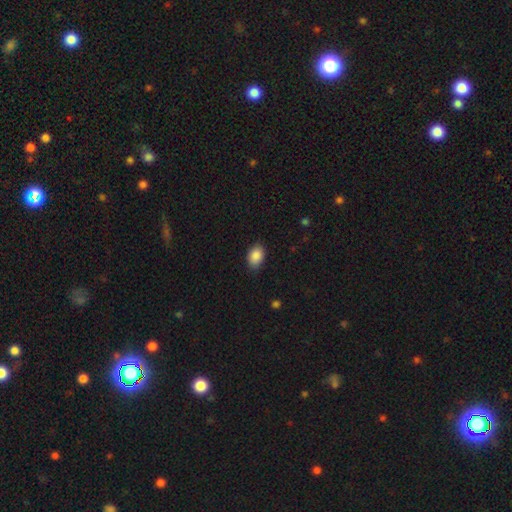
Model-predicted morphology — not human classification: The model was most divided on "how rounded": in between: 85%, round: 14%, cigar-shaped: 1%. More confident: smooth or featured — smooth (89%); merging — none (84%).